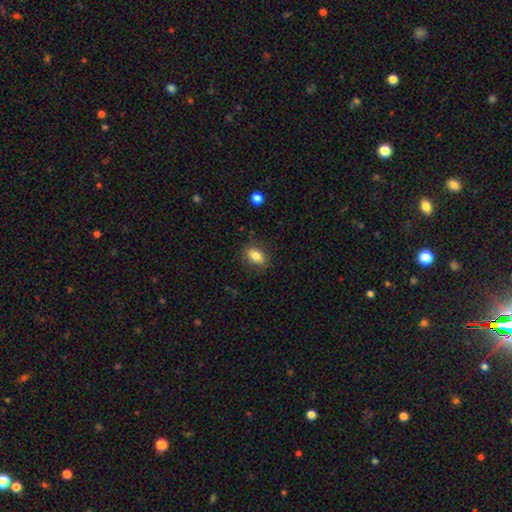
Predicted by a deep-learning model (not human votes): smooth 81%, featured or disk 10%, star or artifact 9%. Down the decision tree: how rounded — in between (82%); merging — none (82%).